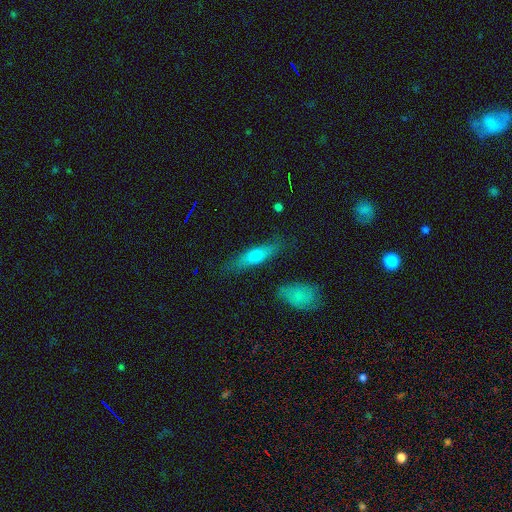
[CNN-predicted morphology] This is possibly a smooth galaxy (59%). How rounded: likely cigar-shaped (65%). Merging: likely none (79%).